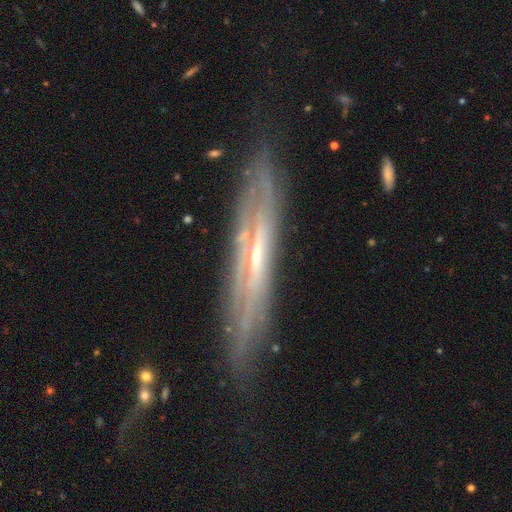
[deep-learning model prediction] Smooth or featured? Predicted: featured or disk (p=0.76). Edge-on disk? Predicted: yes (p=0.66). Edge-on bulge? Predicted: none (p=0.58). Merging? Predicted: none (p=0.74).